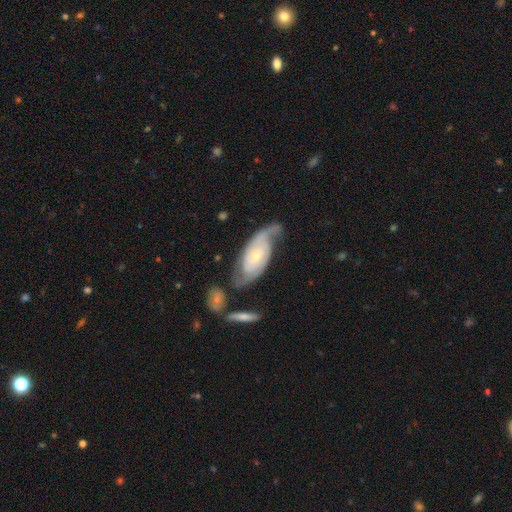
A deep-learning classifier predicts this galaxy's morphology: type=featured or disk (79%); edge-on=no (93%); bar=no (70%); spiral arms=yes (92%); winding=tight (40%); arm count=2 (74%); bulge=small (68%); merging=none (53%).